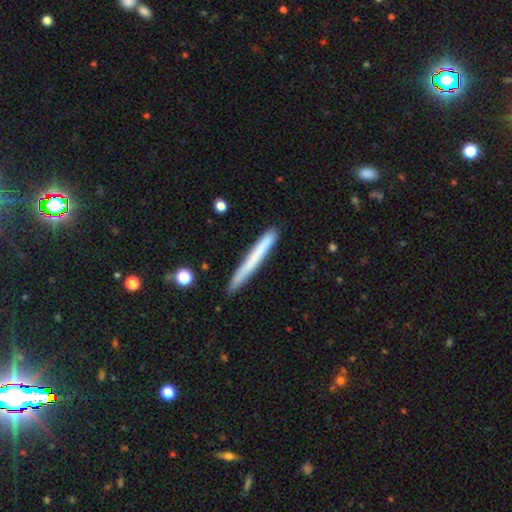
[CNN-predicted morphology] Q: Smooth or featured?
A: smooth (67%); runner-up: featured or disk (27%)
Q: How rounded?
A: cigar-shaped (97%); runner-up: in between (2%)
Q: Merging?
A: none (88%); runner-up: minor disturbance (9%)